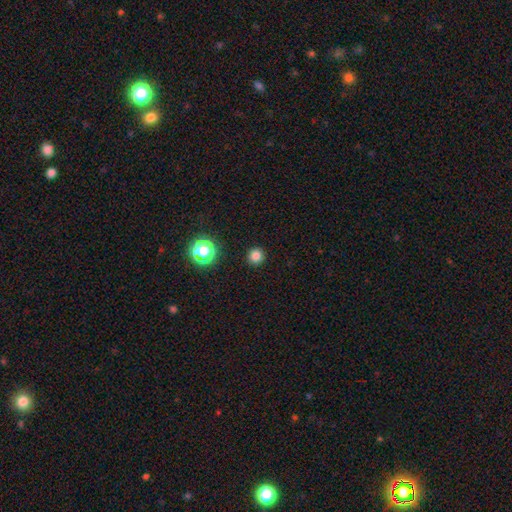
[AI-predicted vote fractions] smooth 80%, star or artifact 16%, featured or disk 4%. Down the decision tree: how rounded — round (94%); merging — none (92%).